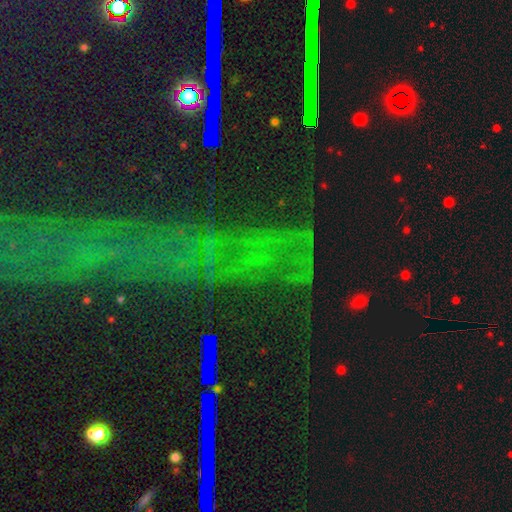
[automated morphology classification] This appears to be a star or artifact, not a galaxy (79%).